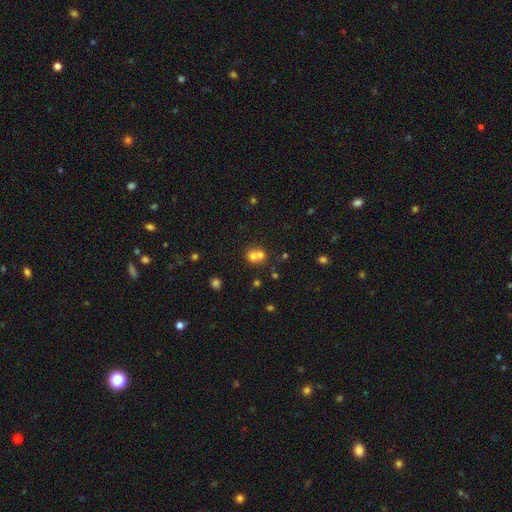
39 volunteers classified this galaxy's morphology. Smooth or featured: smooth — 77% (featured or disk — 18%)
How rounded: round — 77% (in between — 23%)
Merging: merger — 73% (none — 22%)